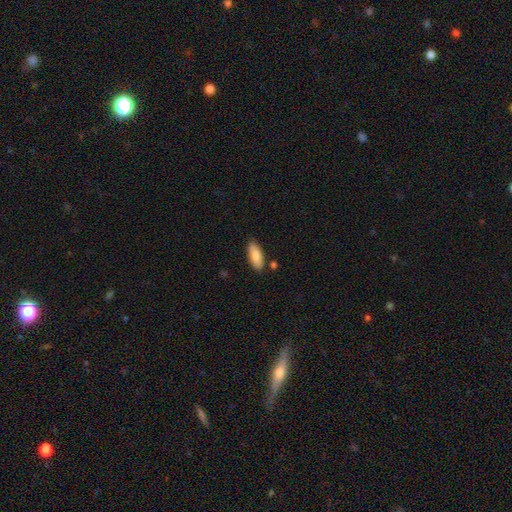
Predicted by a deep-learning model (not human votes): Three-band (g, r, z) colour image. It shows a smooth galaxy with no disk features (87%) that is in between round and cigar-shaped (74%). Merging: none (83%).